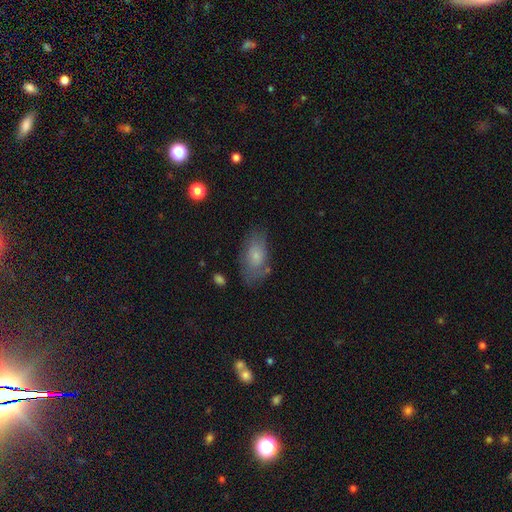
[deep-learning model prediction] Overall: smooth (67%). How rounded: in between (90%). Merging: none (65%).